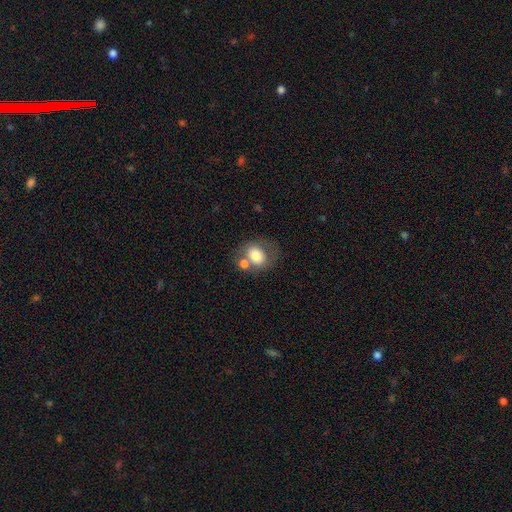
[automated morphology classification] smooth 73%, featured or disk 18%, star or artifact 9%. Down the decision tree: how rounded — in between (50%); merging — none (44%).